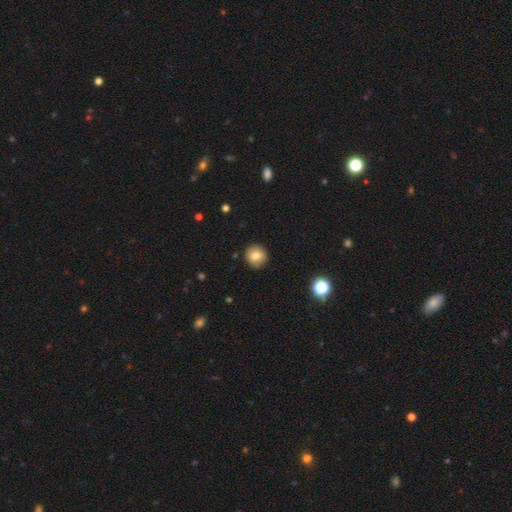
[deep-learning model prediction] A smooth galaxy with no disk features (79%) that is round (91%). Merging: none (89%).